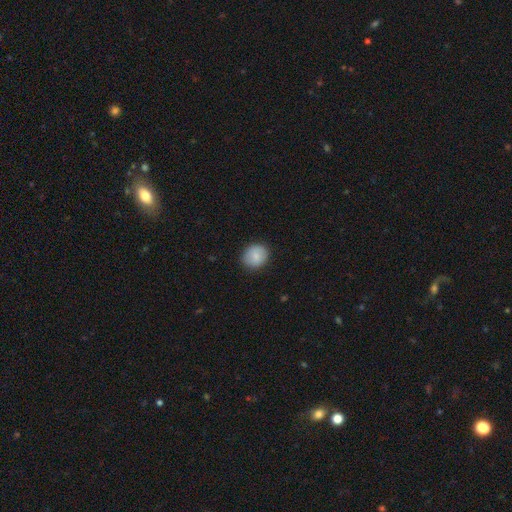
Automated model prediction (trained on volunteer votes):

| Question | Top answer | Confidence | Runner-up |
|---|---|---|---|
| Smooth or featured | smooth | 84% | featured or disk (9%) |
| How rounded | round | 77% | in between (22%) |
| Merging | none | 88% | minor disturbance (9%) |